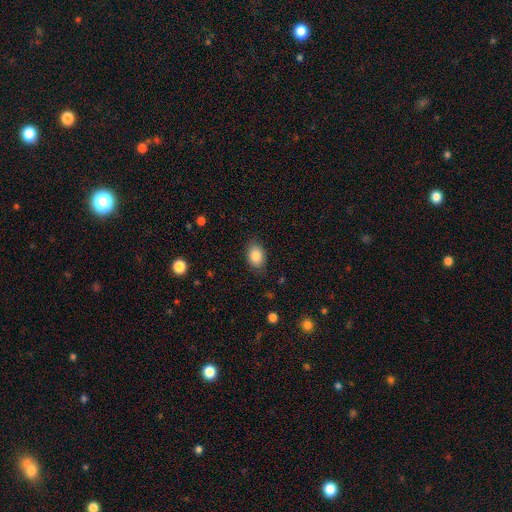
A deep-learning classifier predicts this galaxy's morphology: Smooth or featured? Predicted: smooth (p=0.85). How rounded? Predicted: in between (p=0.79). Merging? Predicted: none (p=0.83).